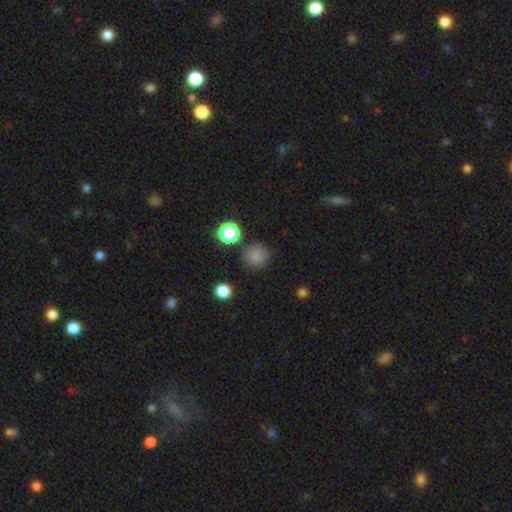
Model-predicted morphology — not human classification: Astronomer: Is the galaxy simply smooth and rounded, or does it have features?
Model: smooth — 80%.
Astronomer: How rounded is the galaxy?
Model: round — 93%.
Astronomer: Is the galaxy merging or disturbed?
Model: none — 85%.